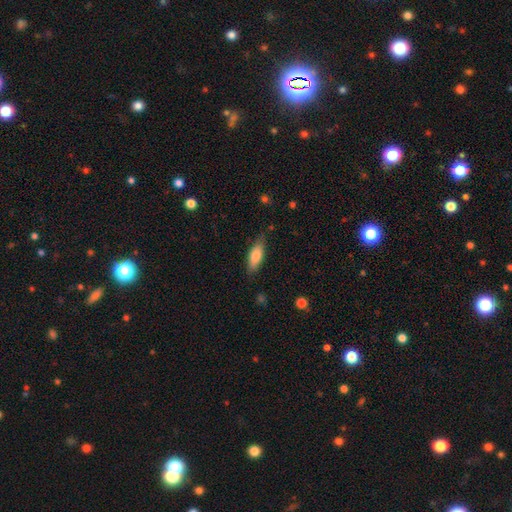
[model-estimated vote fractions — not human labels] Morphology: type=smooth (74%); roundness=in between (60%); merging=none (77%).